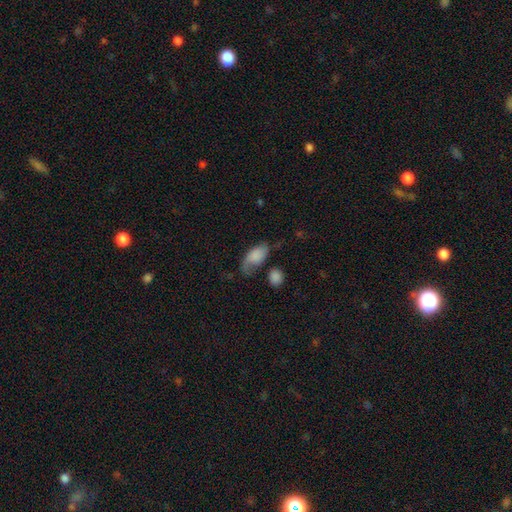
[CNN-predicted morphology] Overall: smooth (67%). How rounded: in between (89%). Merging: none (42%; minor disturbance 30%).